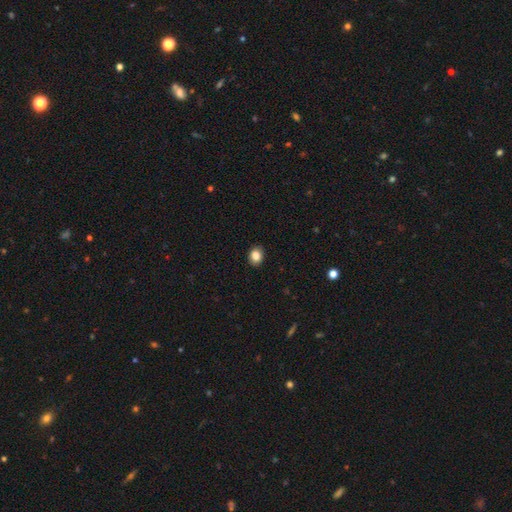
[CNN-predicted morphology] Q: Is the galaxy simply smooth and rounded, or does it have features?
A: smooth — 84%.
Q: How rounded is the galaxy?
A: in between — 53%.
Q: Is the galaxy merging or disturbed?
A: none — 90%.